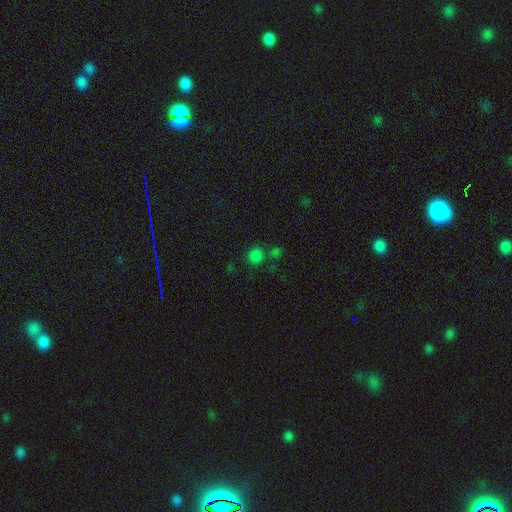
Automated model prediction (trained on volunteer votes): A smooth galaxy with no disk features (75%) that is round (89%). Merging: none (68%).